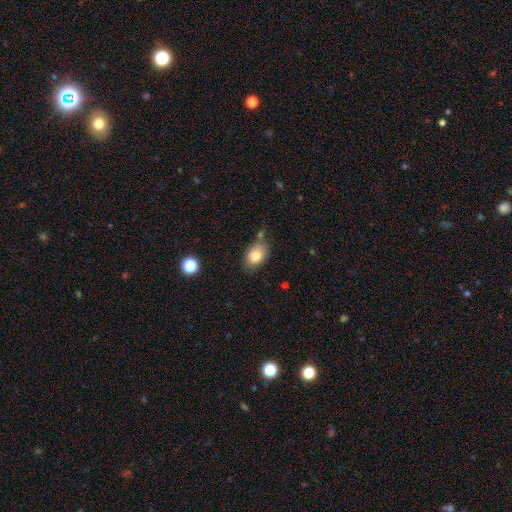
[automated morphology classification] Q: Smooth or featured?
A: smooth (83%); runner-up: featured or disk (9%)
Q: How rounded?
A: in between (81%); runner-up: round (18%)
Q: Merging?
A: none (64%); runner-up: minor disturbance (22%)